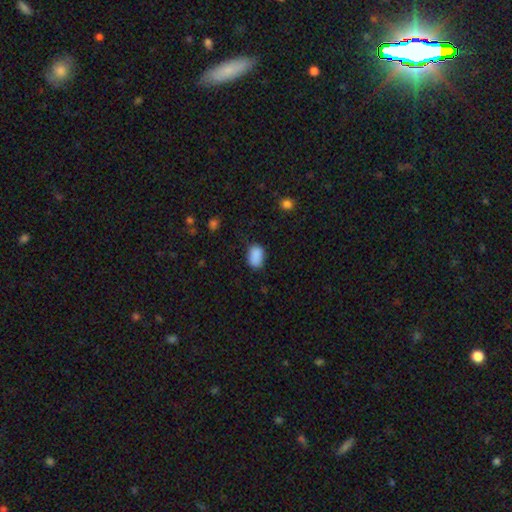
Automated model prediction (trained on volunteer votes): Q: Smooth or featured?
A: smooth (88%); runner-up: star or artifact (9%)
Q: How rounded?
A: in between (86%); runner-up: round (13%)
Q: Merging?
A: none (73%); runner-up: minor disturbance (20%)